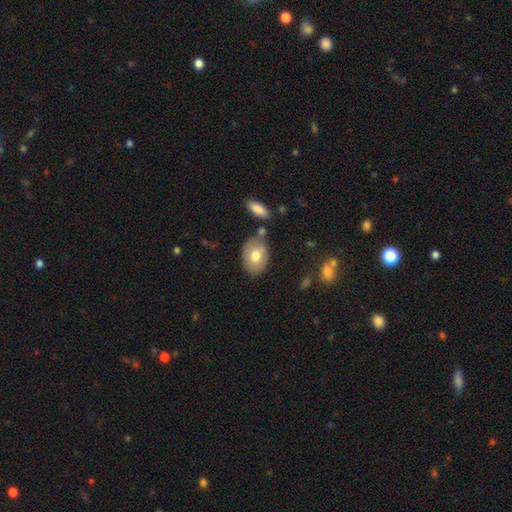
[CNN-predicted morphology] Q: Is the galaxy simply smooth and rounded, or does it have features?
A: smooth — 70%.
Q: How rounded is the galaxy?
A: in between — 81%.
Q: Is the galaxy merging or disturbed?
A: none — 71%.